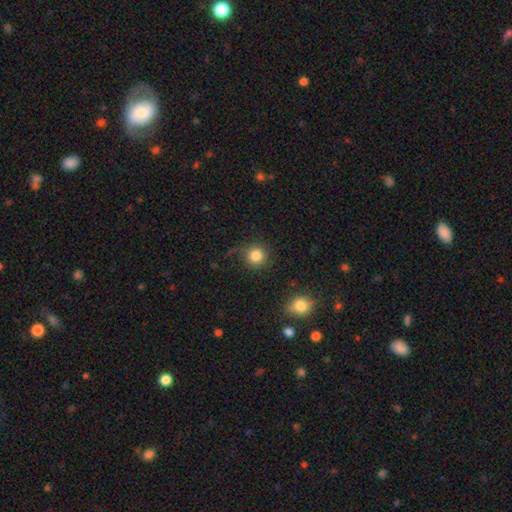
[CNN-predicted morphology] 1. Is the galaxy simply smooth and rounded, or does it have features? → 82% smooth, 11% star or artifact, 7% featured or disk.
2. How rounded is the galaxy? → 93% round, 6% in between, 1% cigar-shaped.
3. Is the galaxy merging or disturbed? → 75% none, 14% minor disturbance, 8% major disturbance, 3% merger.